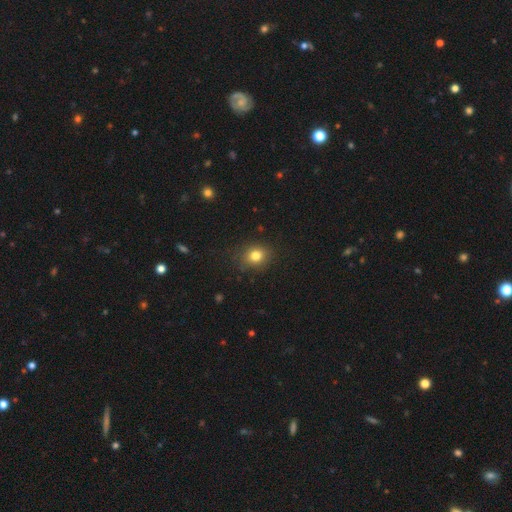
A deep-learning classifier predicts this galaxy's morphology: The model was most divided on "how rounded": round: 67%, in between: 32%, cigar-shaped: 1%. More confident: merging — none (84%); smooth or featured — smooth (80%).